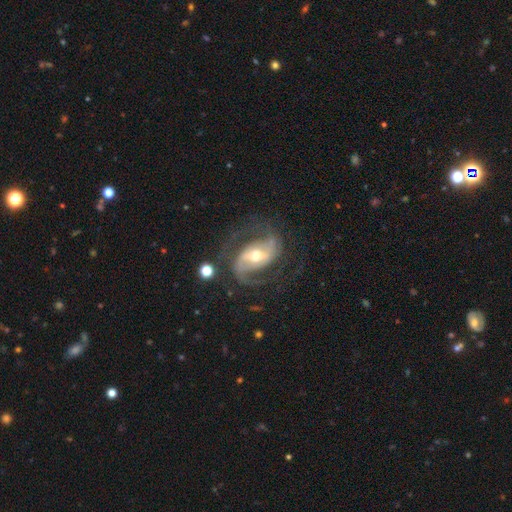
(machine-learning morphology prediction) Smooth or featured: featured or disk — 90% (smooth — 5%)
Edge-on disk: no — 97% (yes — 3%)
Bar: strong — 41% (weak — 40%)
Spiral arms: yes — 97% (no — 3%)
Spiral winding: medium — 53% (loose — 32%)
Spiral arm count: 2 — 89% (3 — 3%)
Bulge size: moderate — 67% (small — 23%)
Merging: none — 71% (minor disturbance — 15%)